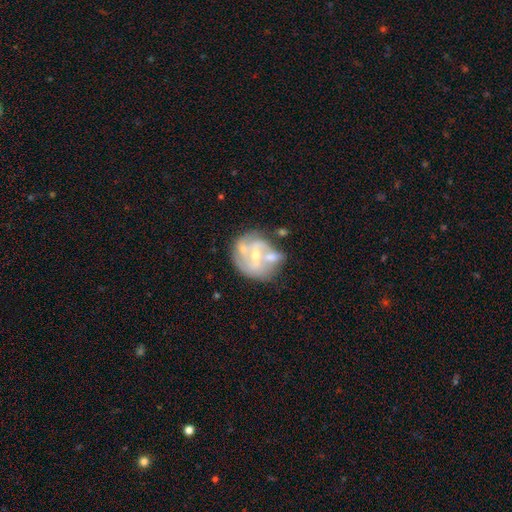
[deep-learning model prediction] A featured or disk galaxy (73%) with no bar (54%), spiral arms (64%) and a moderate central bulge (48%).

Vote fractions:
- Smooth or featured? featured or disk: 73% / smooth: 19% / star or artifact: 8%
- Edge-on disk? no: 97% / yes: 3%
- Bar? no: 54% / weak: 34% / strong: 12%
- Spiral arms? yes: 64% / no: 36%
- Bulge size? moderate: 48% / small: 46% / none: 3% / large: 2% / dominant: 1%
- Merging? none: 40% / merger: 30% / minor disturbance: 18% / major disturbance: 13%